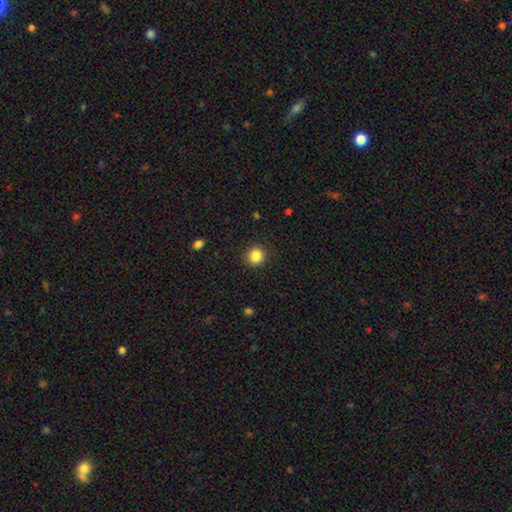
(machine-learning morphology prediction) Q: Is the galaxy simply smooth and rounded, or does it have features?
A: smooth — 85%.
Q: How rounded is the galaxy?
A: round — 92%.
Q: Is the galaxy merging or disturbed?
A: none — 91%.